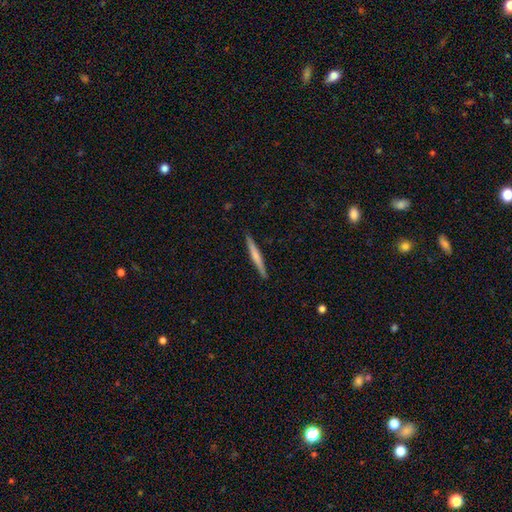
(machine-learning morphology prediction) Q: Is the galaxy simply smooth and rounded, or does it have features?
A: smooth — 56%.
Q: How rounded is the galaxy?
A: cigar-shaped — 96%.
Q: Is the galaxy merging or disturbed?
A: none — 91%.